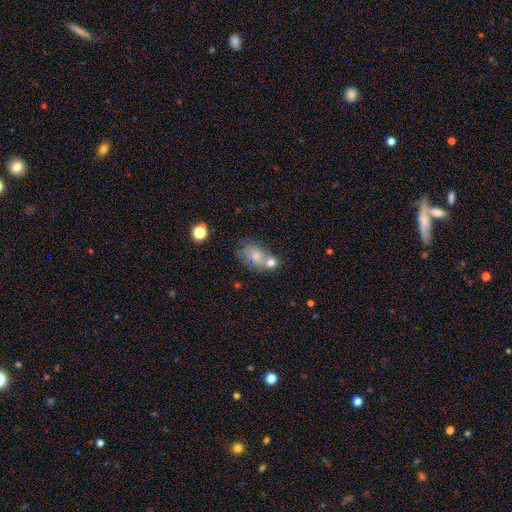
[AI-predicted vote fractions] Smooth or featured: smooth — 65% (featured or disk — 24%)
How rounded: in between — 76% (round — 22%)
Merging: merger — 38% (none — 34%)